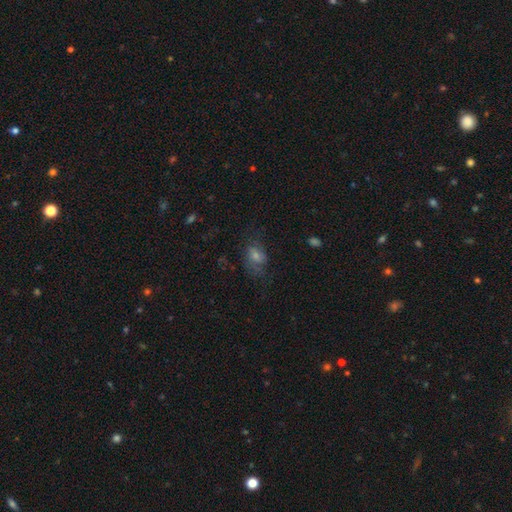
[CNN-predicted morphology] Smooth or featured? smooth (56%)
How rounded? in between (72%)
Merging? none (53%)